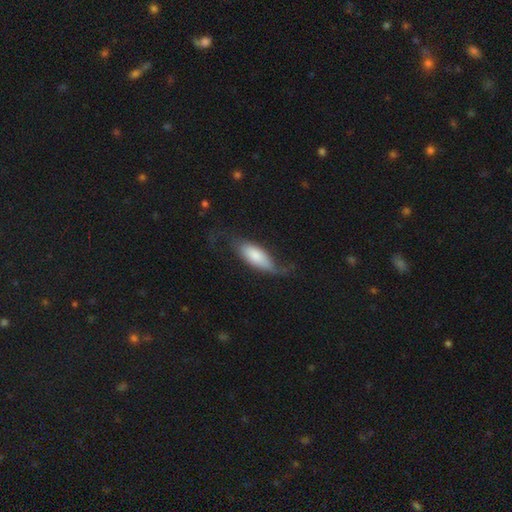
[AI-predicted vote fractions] This appears to be a smooth galaxy with no disk features (65%) that is in between round and cigar-shaped (78%). Merging: none (42%).